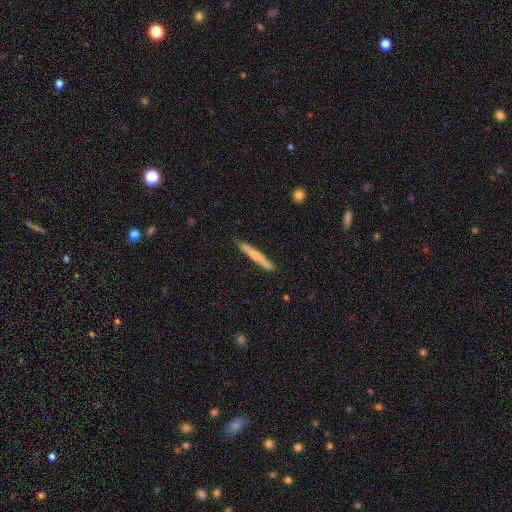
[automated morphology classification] smooth_or_featured: smooth (p=0.54) [alt: featured or disk p=0.41]
how_rounded: cigar-shaped (p=0.96) [alt: in between p=0.03]
merging: none (p=0.86) [alt: minor disturbance p=0.11]